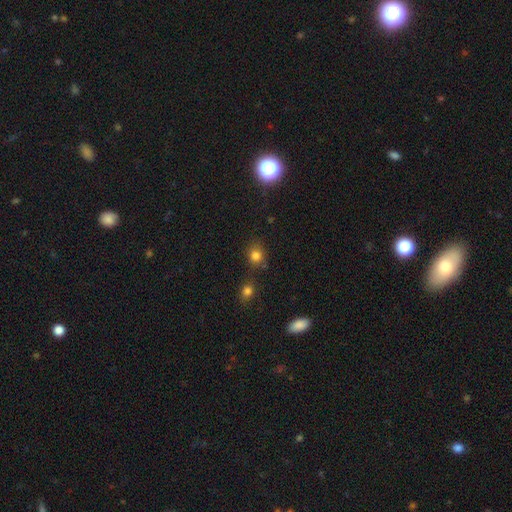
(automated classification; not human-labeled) smooth 80%, star or artifact 14%, featured or disk 6%. Down the decision tree: how rounded — round (74%); merging — none (71%).